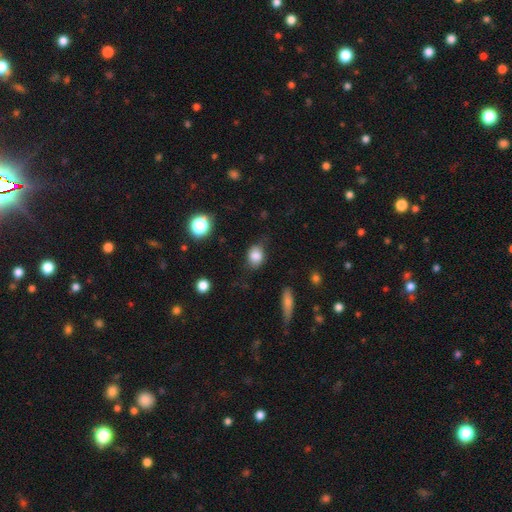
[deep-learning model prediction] Q: Smooth or featured?
A: smooth (80%); runner-up: featured or disk (10%)
Q: How rounded?
A: in between (54%); runner-up: round (45%)
Q: Merging?
A: none (65%); runner-up: minor disturbance (25%)